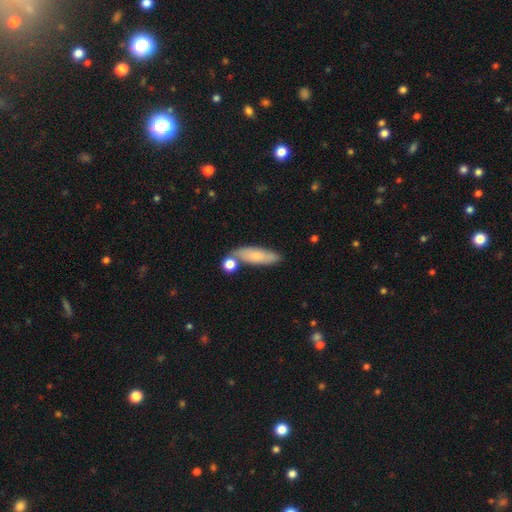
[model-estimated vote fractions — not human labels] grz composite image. It shows a smooth galaxy with no disk features (70%) that is cigar-shaped (52%). Merging: none (66%).